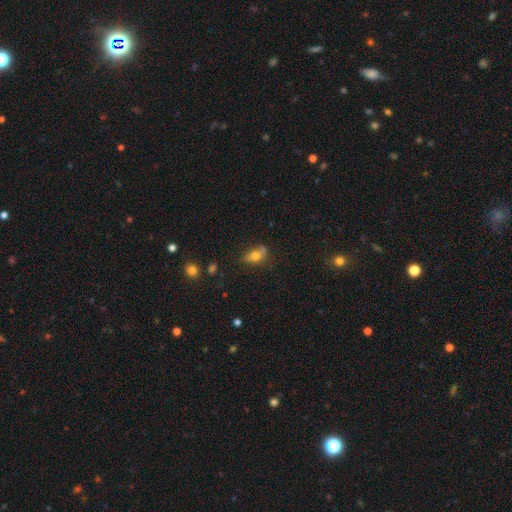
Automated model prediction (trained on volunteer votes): Smooth or featured? smooth (66%)
How rounded? in between (78%)
Merging? none (48%)